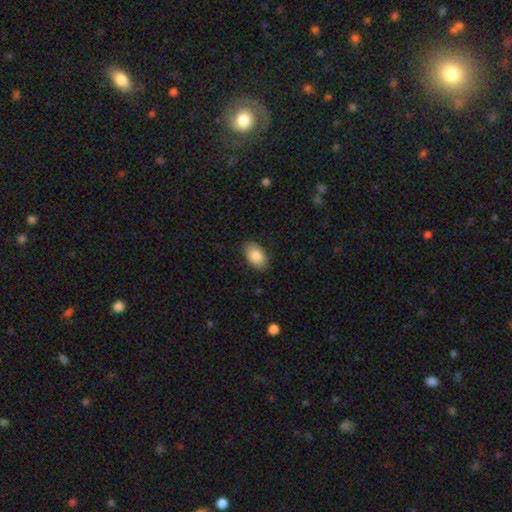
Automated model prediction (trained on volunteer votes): smooth-or-featured: smooth: 85% | featured or disk: 8% | star or artifact: 7%
  how-rounded: in between: 92% | round: 6% | cigar-shaped: 1%
  merging: none: 86% | minor disturbance: 11% | major disturbance: 2% | merger: 1%